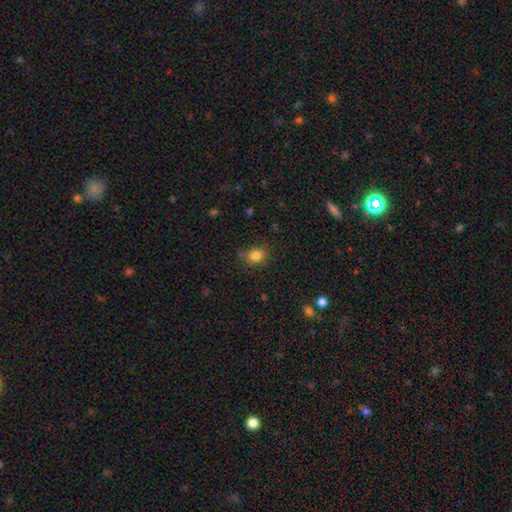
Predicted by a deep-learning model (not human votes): This appears to be a smooth galaxy with no disk features (82%) that is in between round and cigar-shaped (52%). Merging: none (75%).